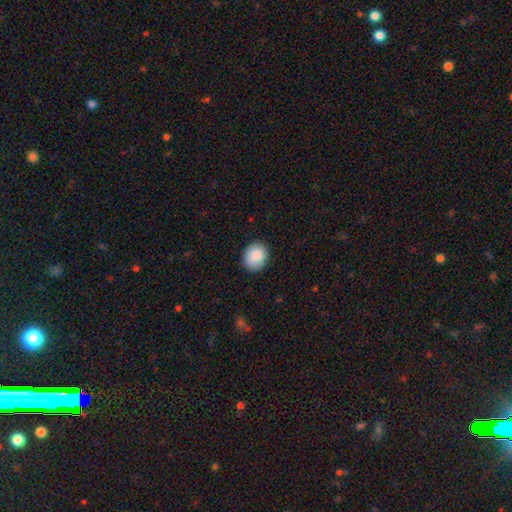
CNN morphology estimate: smooth-or-featured: smooth: 89% | star or artifact: 7% | featured or disk: 4%
  how-rounded: round: 64% | in between: 35% | cigar-shaped: 1%
  merging: none: 88% | minor disturbance: 9% | major disturbance: 2% | merger: 1%